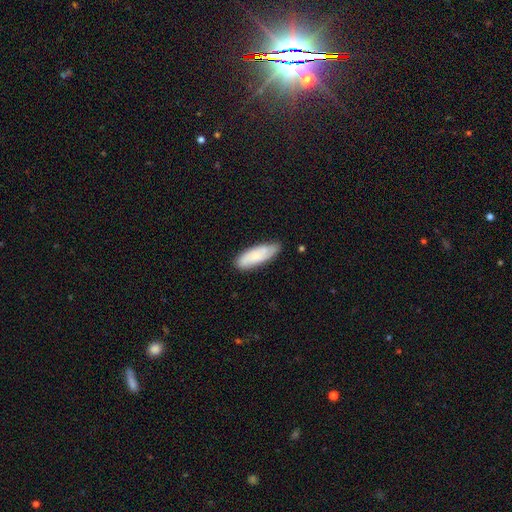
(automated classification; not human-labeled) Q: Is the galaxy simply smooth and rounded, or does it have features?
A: smooth — 74%.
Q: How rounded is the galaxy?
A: in between — 65%.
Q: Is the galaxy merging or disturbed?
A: none — 75%.